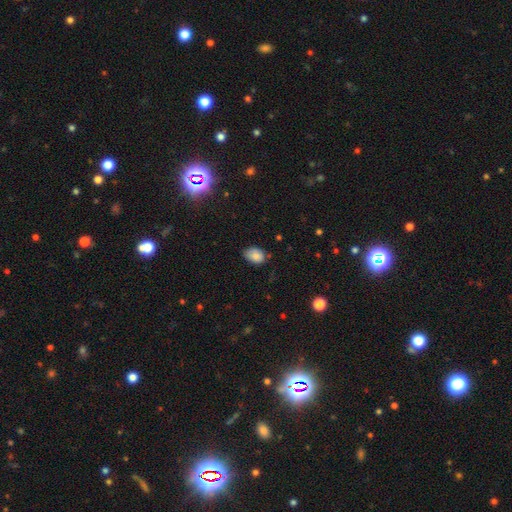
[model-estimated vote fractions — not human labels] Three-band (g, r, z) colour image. It shows a smooth galaxy with no disk features (84%) that is in between round and cigar-shaped (80%). Merging: none (61%).